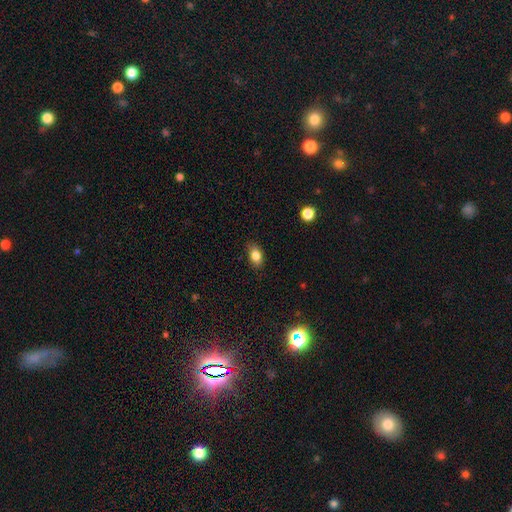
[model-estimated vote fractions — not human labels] Morphology: type=smooth (82%); roundness=in between (82%); merging=none (83%).